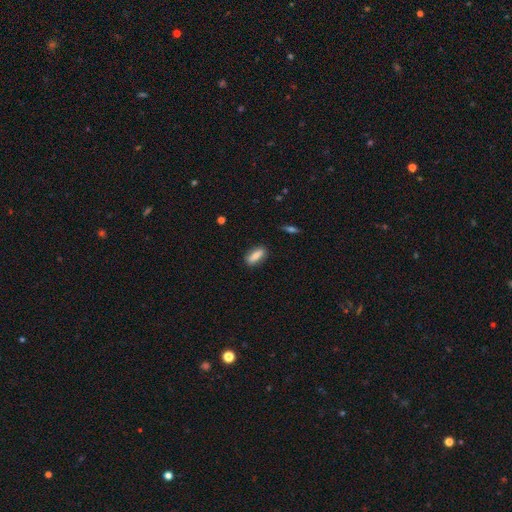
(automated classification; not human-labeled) Smooth or featured? Predicted: smooth (p=0.79). How rounded? Predicted: in between (p=0.69). Merging? Predicted: none (p=0.84).